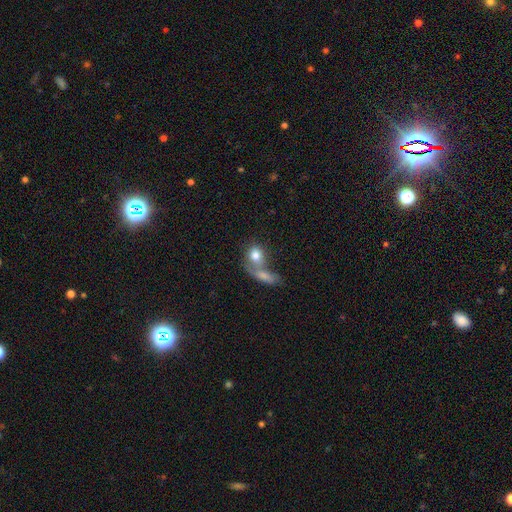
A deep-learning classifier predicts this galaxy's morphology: A smooth galaxy with no disk features (78%) that is round (54%). Merging: merger (55%).